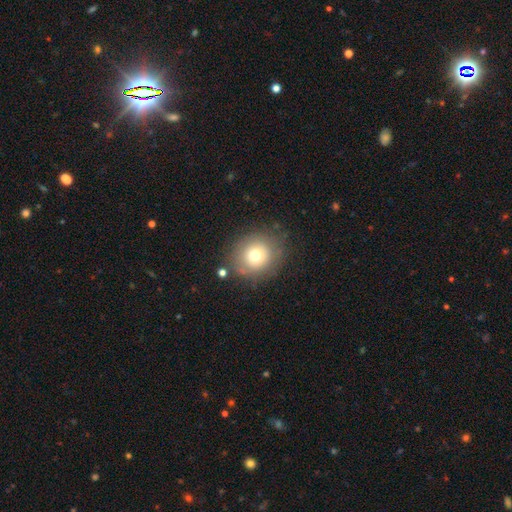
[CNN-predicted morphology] smooth_or_featured: smooth (p=0.70) [alt: featured or disk p=0.18]
how_rounded: round (p=0.80) [alt: in between p=0.19]
merging: none (p=0.78) [alt: minor disturbance p=0.13]